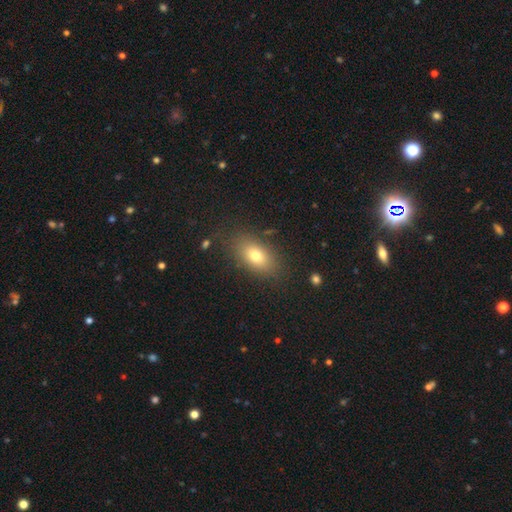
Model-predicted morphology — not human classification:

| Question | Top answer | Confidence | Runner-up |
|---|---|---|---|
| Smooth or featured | smooth | 76% | featured or disk (13%) |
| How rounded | in between | 85% | round (9%) |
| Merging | none | 84% | minor disturbance (11%) |